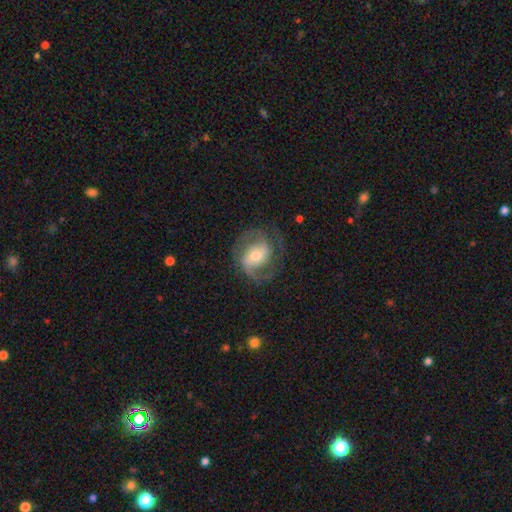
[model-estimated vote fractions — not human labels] Q: Smooth or featured?
A: featured or disk (84%); runner-up: smooth (11%)
Q: Edge-on disk?
A: no (97%); runner-up: yes (3%)
Q: Bar?
A: weak (44%); runner-up: no (35%)
Q: Spiral arms?
A: yes (95%); runner-up: no (5%)
Q: Spiral winding?
A: medium (51%); runner-up: tight (30%)
Q: Spiral arm count?
A: 2 (73%); runner-up: can't tell (8%)
Q: Bulge size?
A: moderate (60%); runner-up: small (31%)
Q: Merging?
A: none (70%); runner-up: minor disturbance (17%)